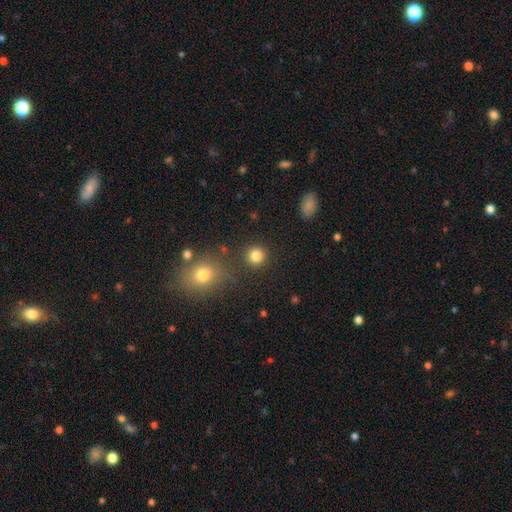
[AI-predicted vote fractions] Q: Smooth or featured?
A: smooth (83%); runner-up: star or artifact (12%)
Q: How rounded?
A: round (92%); runner-up: in between (7%)
Q: Merging?
A: none (87%); runner-up: minor disturbance (6%)